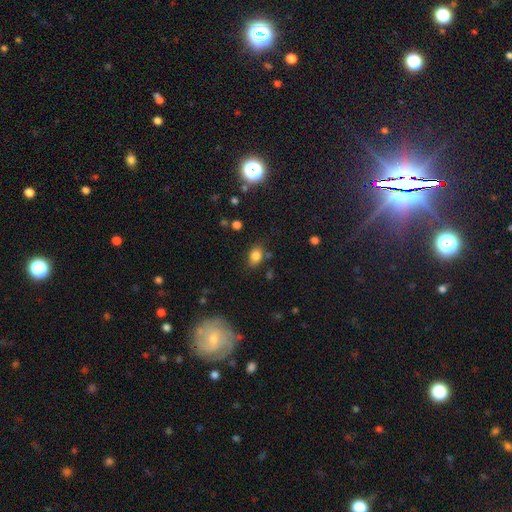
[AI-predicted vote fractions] This is clearly a smooth galaxy (81%). How rounded: likely in between (77%). Merging: likely none (74%).